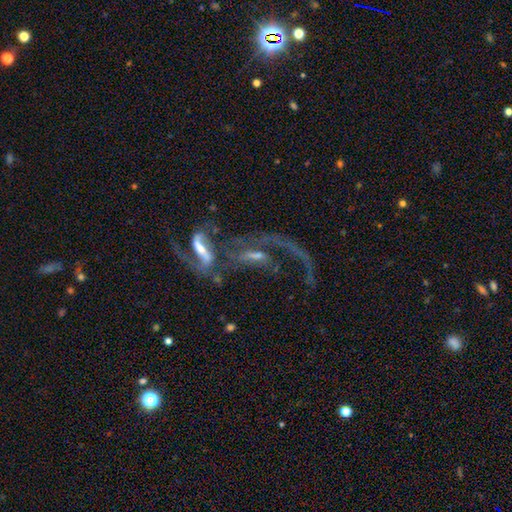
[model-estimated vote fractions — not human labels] A featured or disk galaxy (73%) with a weak bar (37%), spiral arms (75%) and a small central bulge (38%). Merging: merger (53%).